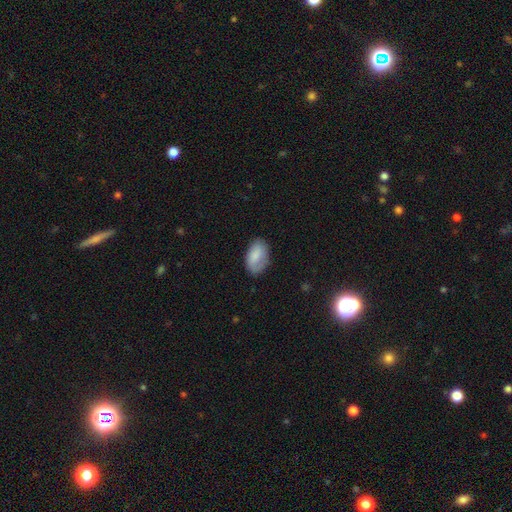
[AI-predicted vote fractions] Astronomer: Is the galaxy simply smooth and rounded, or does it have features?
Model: smooth — 80%.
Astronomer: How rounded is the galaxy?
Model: in between — 93%.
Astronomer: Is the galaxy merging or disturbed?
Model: none — 71%.